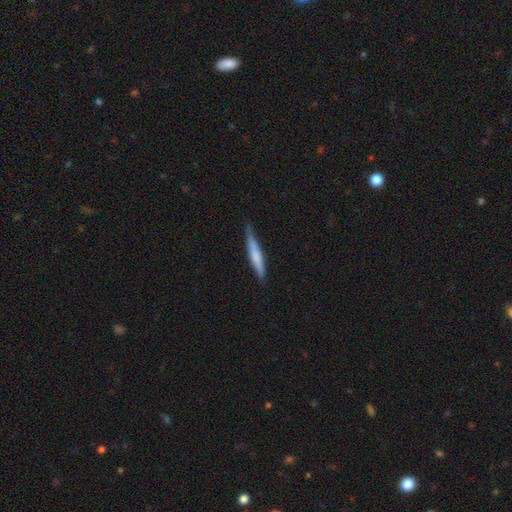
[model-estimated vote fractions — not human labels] smooth-or-featured: smooth: 62% | featured or disk: 33% | star or artifact: 5%
  how-rounded: cigar-shaped: 93% | in between: 6% | round: 1%
  merging: none: 76% | minor disturbance: 20% | major disturbance: 3% | merger: 1%